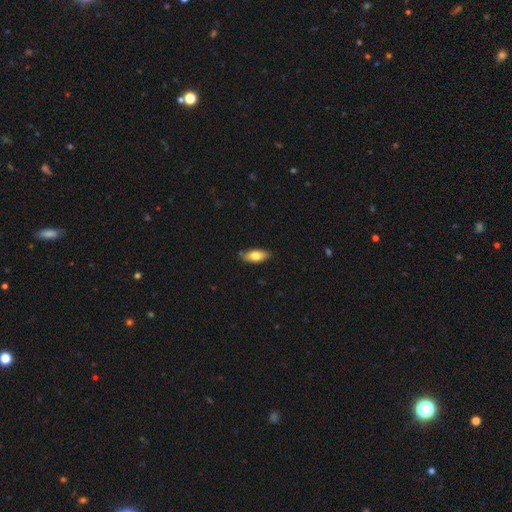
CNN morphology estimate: A smooth galaxy with no disk features (77%) that is in between round and cigar-shaped (84%). Merging: none (82%).